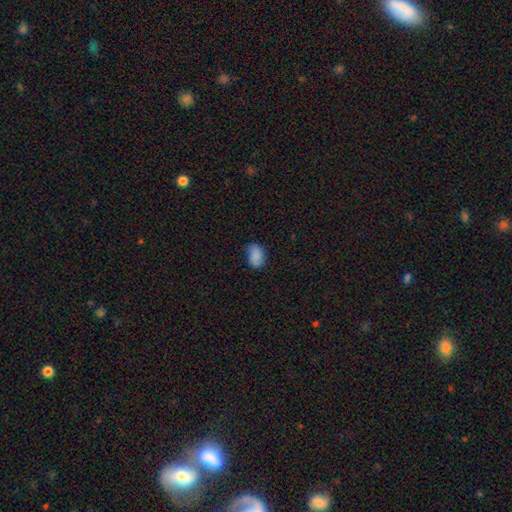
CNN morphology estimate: Q: Smooth or featured?
A: smooth (86%); runner-up: star or artifact (9%)
Q: How rounded?
A: in between (86%); runner-up: round (13%)
Q: Merging?
A: none (67%); runner-up: minor disturbance (26%)